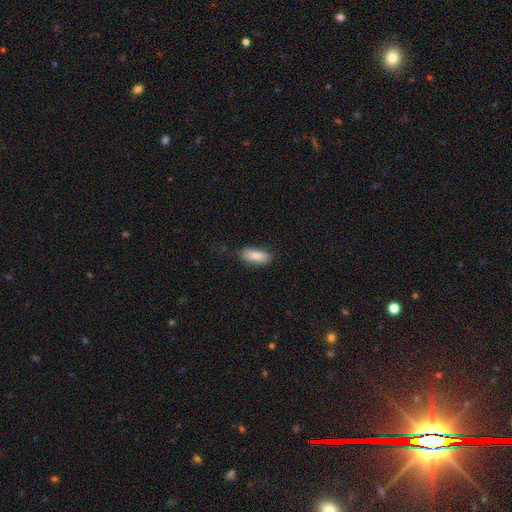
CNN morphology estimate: The model was most divided on "merging": none: 80%, minor disturbance: 16%, major disturbance: 3%, merger: 1%. More confident: how rounded — in between (82%); smooth or featured — smooth (81%).